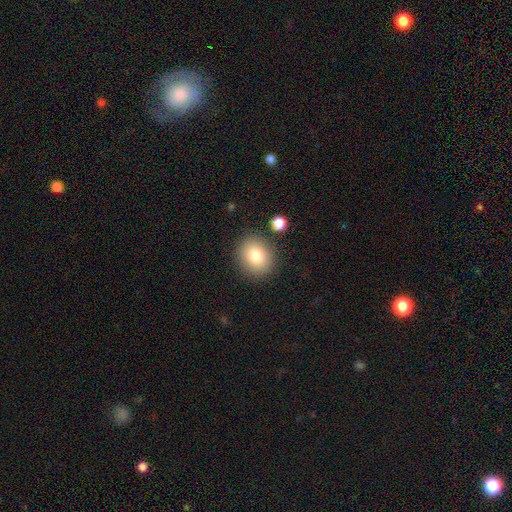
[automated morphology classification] The model was most divided on "how rounded": round: 66%, in between: 33%, cigar-shaped: 1%. More confident: merging — none (85%); smooth or featured — smooth (81%).